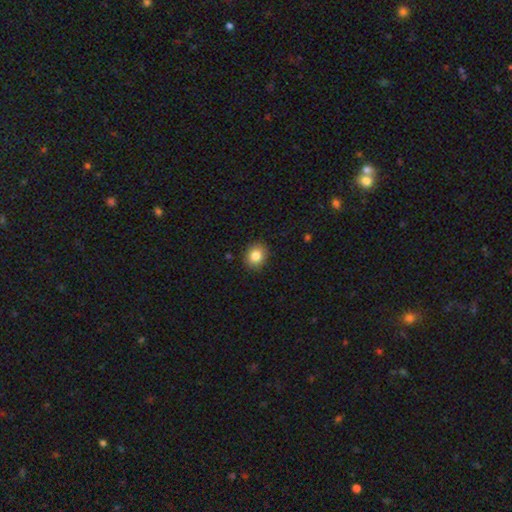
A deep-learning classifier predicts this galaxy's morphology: This appears to be a smooth galaxy with no disk features (83%) that is round (69%). Merging: none (89%).